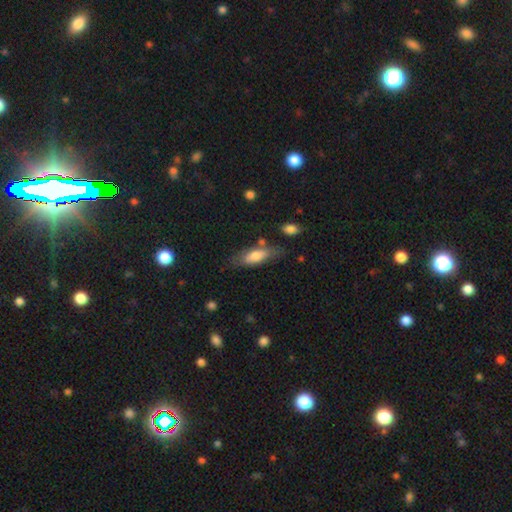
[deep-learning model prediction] Smooth or featured? smooth (72%)
How rounded? in between (61%)
Merging? none (65%)